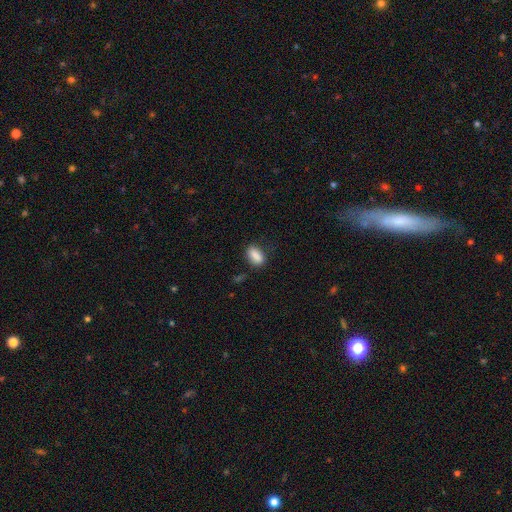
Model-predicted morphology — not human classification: Smooth or featured?
  - smooth: 87% *
  - star or artifact: 8%
  - featured or disk: 5%
How rounded?
  - in between: 85% *
  - cigar-shaped: 9%
  - round: 6%
Merging?
  - none: 76% *
  - minor disturbance: 17%
  - major disturbance: 4%
  - merger: 3%